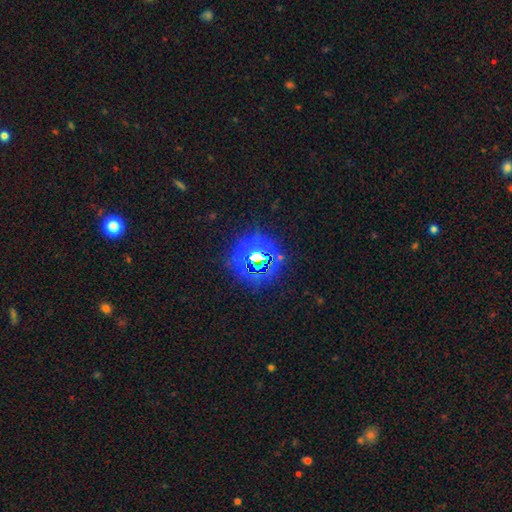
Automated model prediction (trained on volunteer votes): Morphology: type=star or artifact (72%).